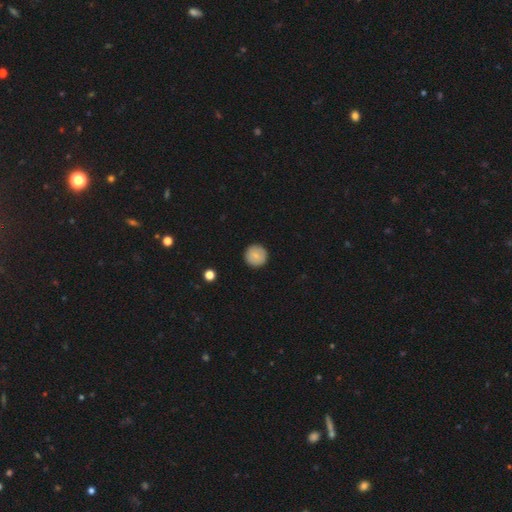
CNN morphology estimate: smooth_or_featured: smooth (p=0.82) [alt: featured or disk p=0.11]
how_rounded: round (p=0.96) [alt: in between p=0.03]
merging: none (p=0.92) [alt: minor disturbance p=0.06]